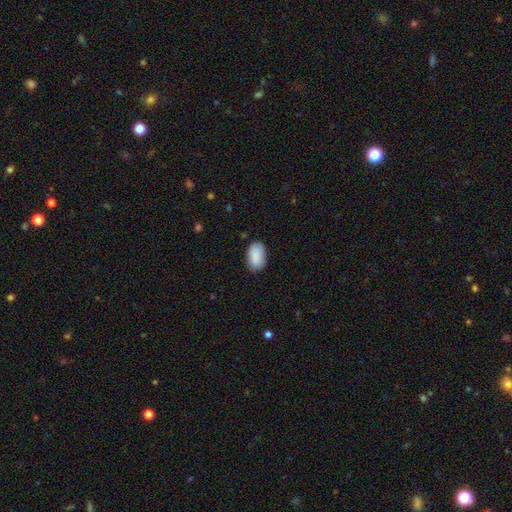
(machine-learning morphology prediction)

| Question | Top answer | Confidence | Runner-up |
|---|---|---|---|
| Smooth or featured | smooth | 89% | star or artifact (6%) |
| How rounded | in between | 93% | round (6%) |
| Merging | none | 80% | minor disturbance (16%) |